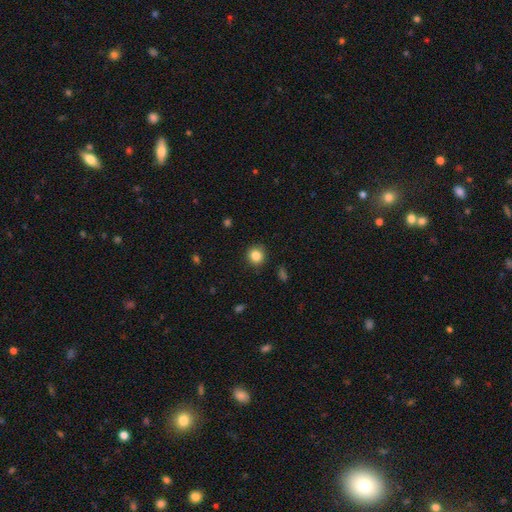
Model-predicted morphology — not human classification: This appears to be a smooth galaxy with no disk features (84%) that is round (89%). Merging: none (90%).